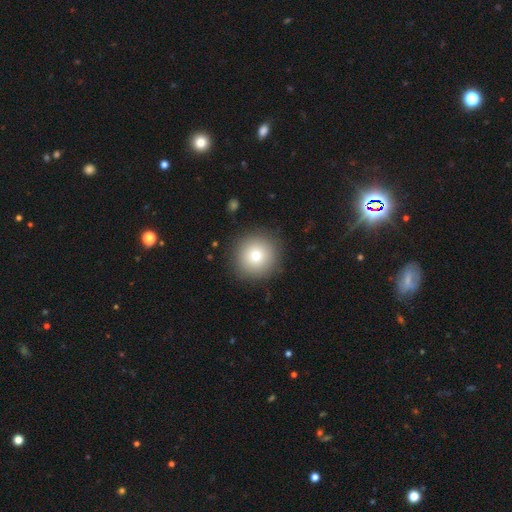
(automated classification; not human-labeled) This appears to be a smooth galaxy with no disk features (77%) that is round (95%). Merging: none (90%).